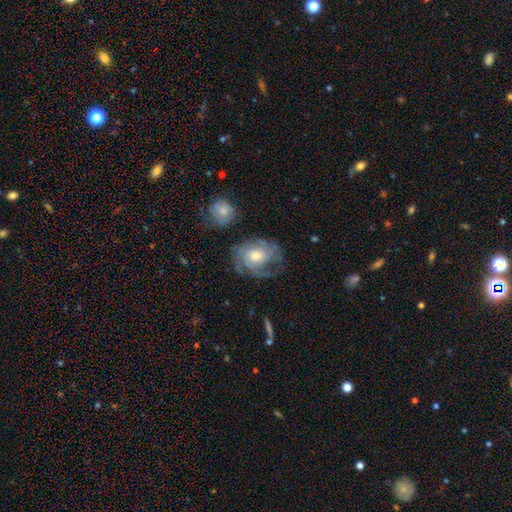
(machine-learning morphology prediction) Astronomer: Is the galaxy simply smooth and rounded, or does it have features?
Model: featured or disk — 74%.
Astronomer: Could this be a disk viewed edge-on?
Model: no — 97%.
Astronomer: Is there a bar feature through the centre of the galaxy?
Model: no — 73%.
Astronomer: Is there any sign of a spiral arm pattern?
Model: yes — 90%.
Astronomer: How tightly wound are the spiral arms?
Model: tight — 52% (runner-up: medium, 36%).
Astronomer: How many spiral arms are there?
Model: can't tell — 36% (runner-up: 3, 26%).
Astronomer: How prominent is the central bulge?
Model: moderate — 66%.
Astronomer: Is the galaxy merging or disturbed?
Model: none — 64%.